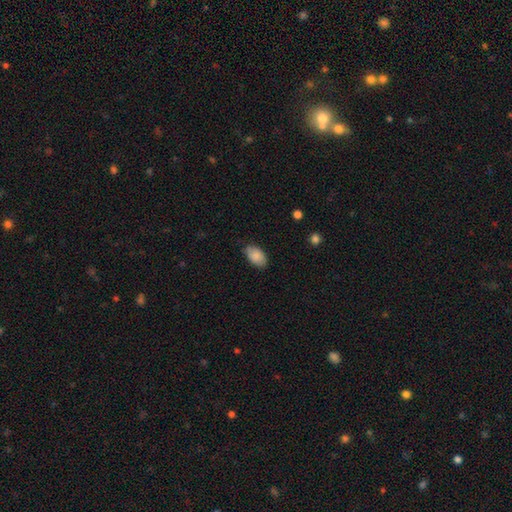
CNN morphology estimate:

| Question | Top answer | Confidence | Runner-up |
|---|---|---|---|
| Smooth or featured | smooth | 87% | star or artifact (7%) |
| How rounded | in between | 93% | round (6%) |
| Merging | none | 78% | minor disturbance (18%) |